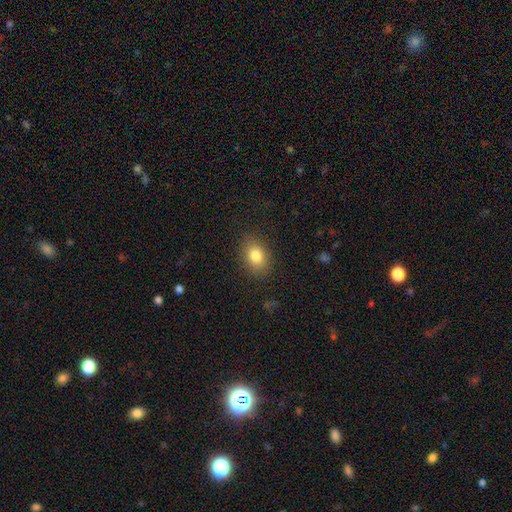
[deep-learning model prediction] smooth-or-featured: smooth: 82% | star or artifact: 10% | featured or disk: 8%
  how-rounded: in between: 71% | round: 27% | cigar-shaped: 1%
  merging: none: 86% | minor disturbance: 10% | major disturbance: 3% | merger: 1%